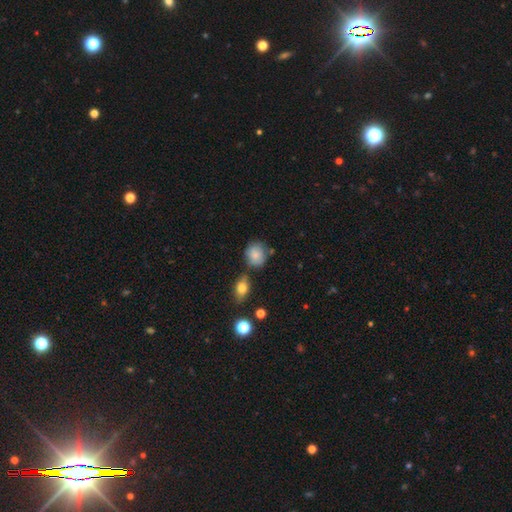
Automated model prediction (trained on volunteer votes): A smooth galaxy with no disk features (81%) that is round (72%). Merging: none (65%).